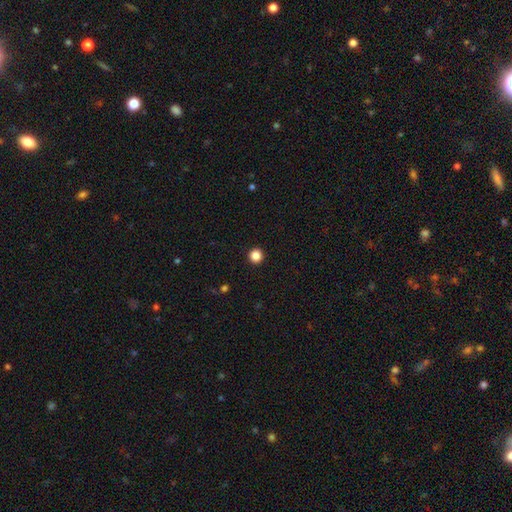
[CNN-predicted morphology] Overall: smooth (86%). How rounded: round (96%). Merging: none (94%).